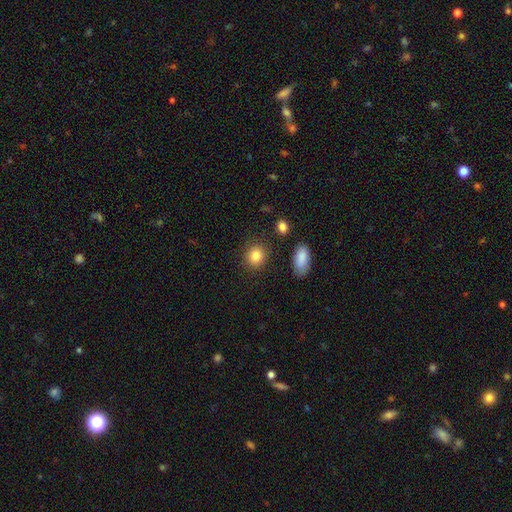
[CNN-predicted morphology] type=smooth (85%); roundness=round (73%); merging=none (86%).